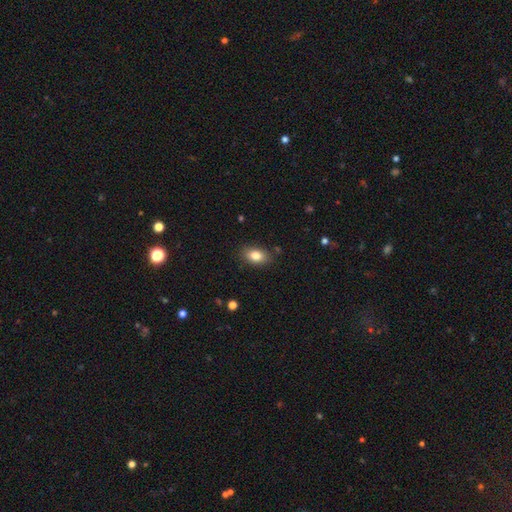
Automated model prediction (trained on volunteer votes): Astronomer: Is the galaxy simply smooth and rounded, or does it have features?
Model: smooth — 82%.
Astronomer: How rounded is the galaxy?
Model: in between — 84%.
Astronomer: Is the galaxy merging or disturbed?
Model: none — 85%.